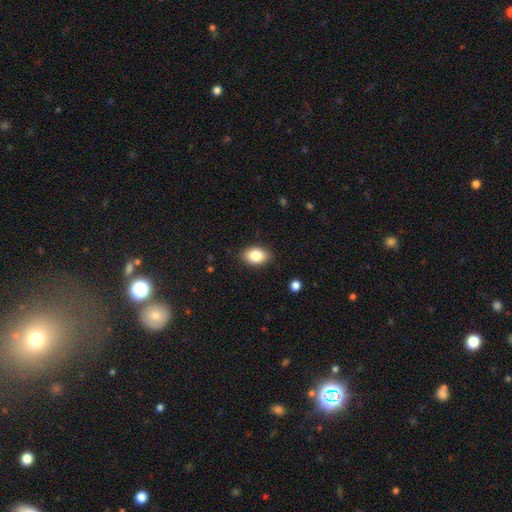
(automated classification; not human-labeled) This appears to be a smooth galaxy with no disk features (83%) that is in between round and cigar-shaped (85%). Merging: none (86%).